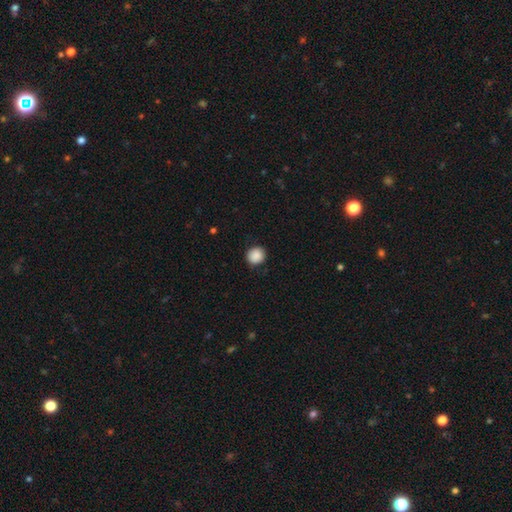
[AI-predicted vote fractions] This appears to be a smooth galaxy with no disk features (89%) that is round (87%). Merging: none (88%).